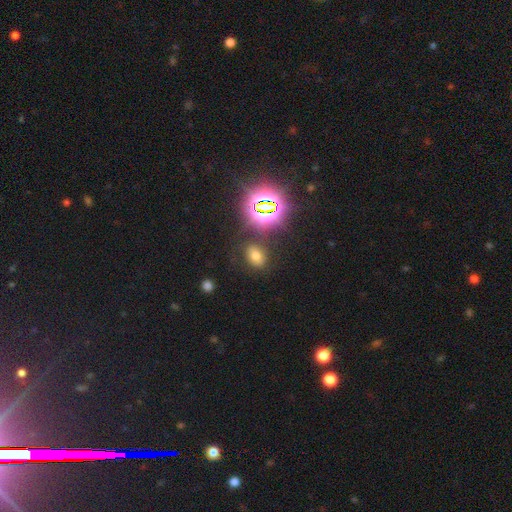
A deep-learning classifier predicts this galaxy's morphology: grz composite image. It shows a smooth galaxy with no disk features (57%) that is in between round and cigar-shaped (69%). Merging: none (80%).